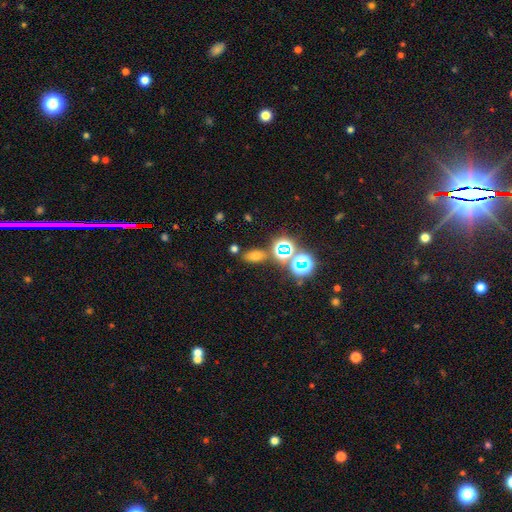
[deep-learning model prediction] smooth 50%, star or artifact 39%, featured or disk 11%. Down the decision tree: how rounded — in between (75%); merging — none (76%).